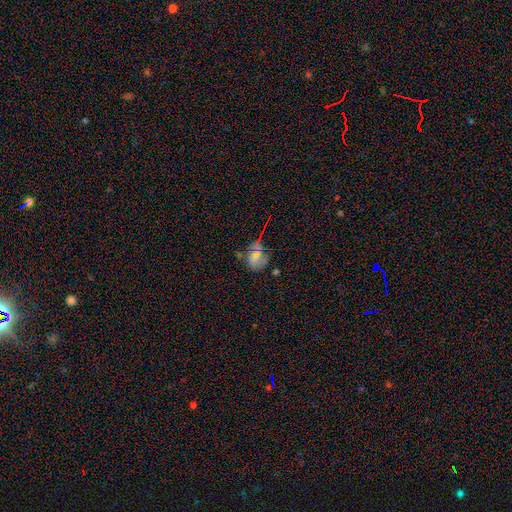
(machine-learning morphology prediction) smooth_or_featured: smooth (p=0.42) [alt: featured or disk p=0.33]
merging: none (p=0.37) [alt: major disturbance p=0.26]